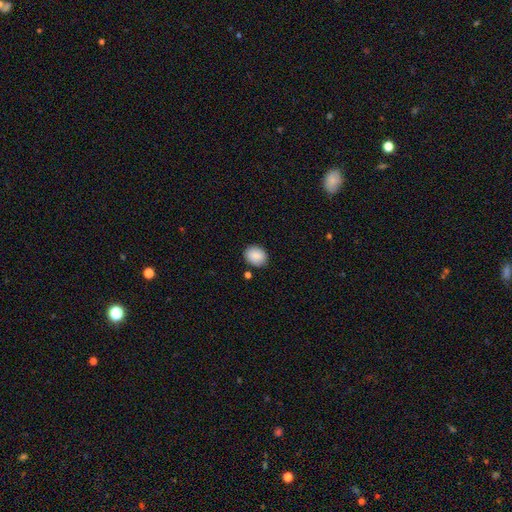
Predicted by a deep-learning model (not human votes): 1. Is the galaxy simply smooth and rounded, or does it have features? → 88% smooth, 8% star or artifact, 5% featured or disk.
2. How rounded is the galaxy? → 51% in between, 49% round, 1% cigar-shaped.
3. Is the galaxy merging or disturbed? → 84% none, 10% minor disturbance, 3% merger, 2% major disturbance.